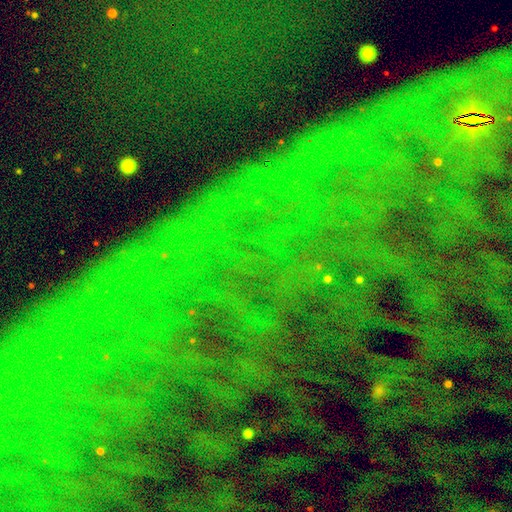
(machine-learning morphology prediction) star or artifact 83%, featured or disk 8%, smooth 8%.